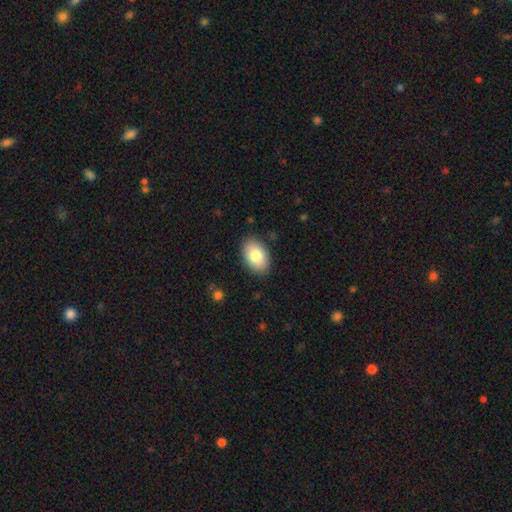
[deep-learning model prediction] A smooth galaxy with no disk features (82%) that is in between round and cigar-shaped (90%).

Vote fractions:
- Smooth or featured? smooth: 82% / featured or disk: 11% / star or artifact: 7%
- How rounded? in between: 90% / round: 9% / cigar-shaped: 1%
- Merging? none: 87% / minor disturbance: 10% / major disturbance: 2% / merger: 1%